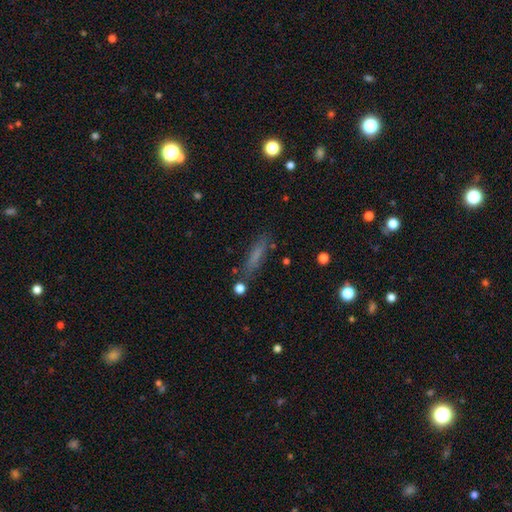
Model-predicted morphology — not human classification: The model was most divided on "smooth or featured": smooth: 66%, featured or disk: 21%, star or artifact: 13%. More confident: merging — none (78%); how rounded — cigar-shaped (78%).